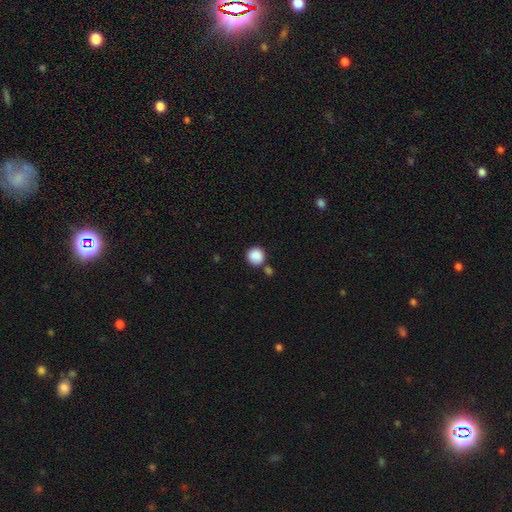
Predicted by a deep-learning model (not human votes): This is clearly a smooth galaxy (88%). How rounded: clearly round (92%). Merging: likely none (71%).